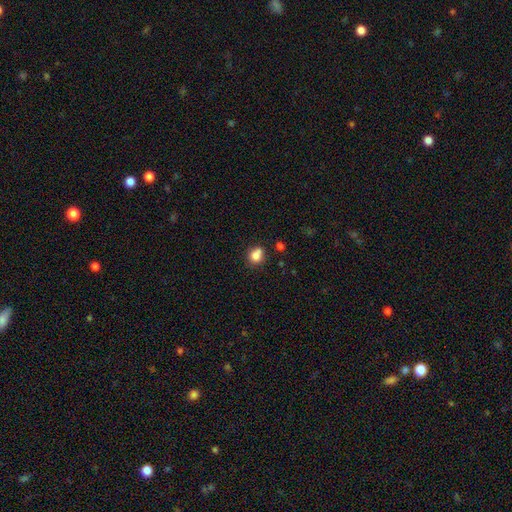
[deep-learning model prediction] The model was most divided on "how rounded": round: 69%, in between: 30%, cigar-shaped: 1%. More confident: smooth or featured — smooth (82%); merging — none (62%).